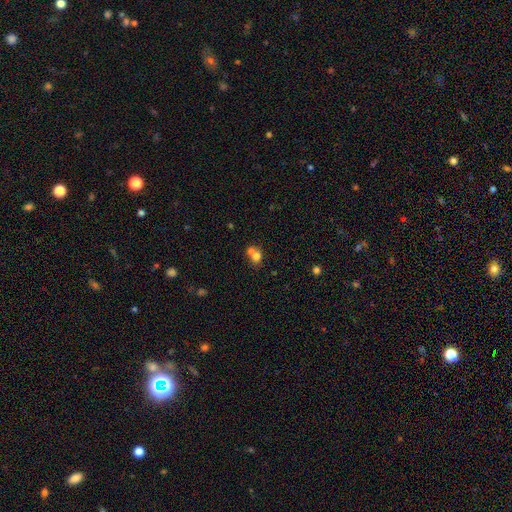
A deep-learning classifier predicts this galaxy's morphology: Smooth or featured? smooth (72%)
How rounded? round (65%)
Merging? merger (56%)